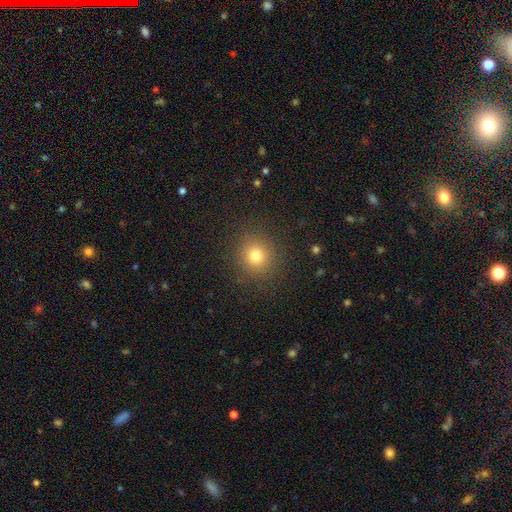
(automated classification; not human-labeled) Overall: smooth (77%). How rounded: round (91%). Merging: none (89%).